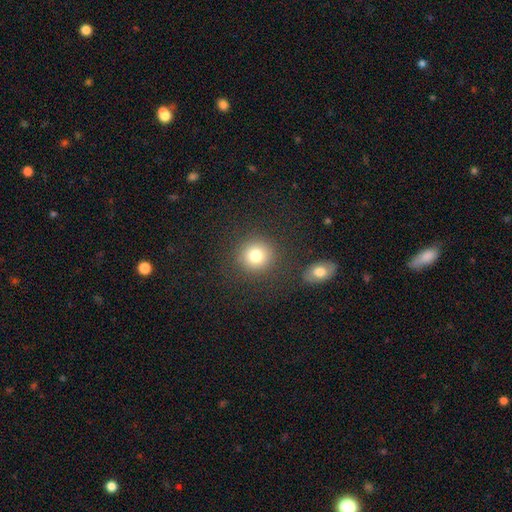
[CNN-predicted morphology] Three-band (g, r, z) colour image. It shows a smooth galaxy with no disk features (78%) that is round (92%). Merging: none (85%).